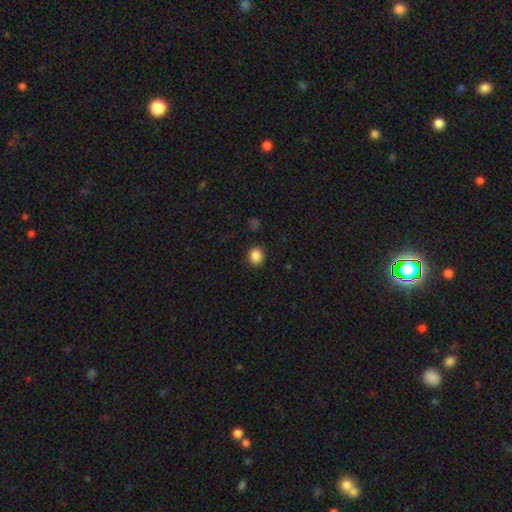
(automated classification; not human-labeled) smooth 86%, star or artifact 10%, featured or disk 3%. Down the decision tree: how rounded — round (79%); merging — none (90%).